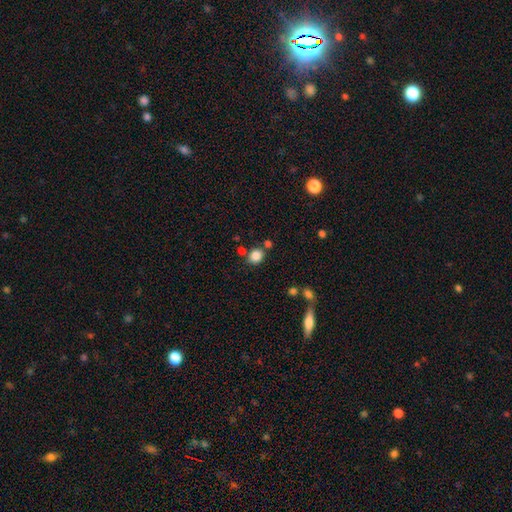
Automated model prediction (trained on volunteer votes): A smooth galaxy with no disk features (85%) that is round (69%). Merging: none (73%).